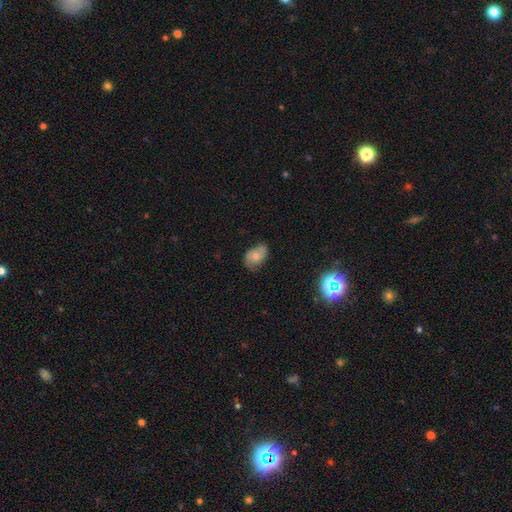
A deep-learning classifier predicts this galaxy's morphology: A smooth galaxy with no disk features (54%) that is in between round and cigar-shaped (82%). Merging: none (59%).